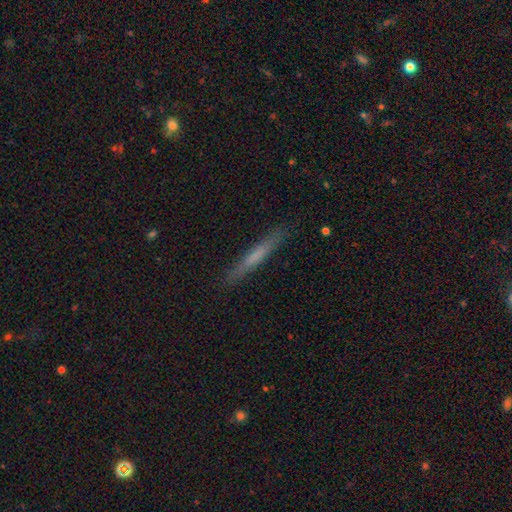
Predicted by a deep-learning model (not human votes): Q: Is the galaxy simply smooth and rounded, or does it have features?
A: smooth — 56%.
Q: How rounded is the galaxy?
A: cigar-shaped — 96%.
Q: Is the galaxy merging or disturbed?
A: none — 90%.